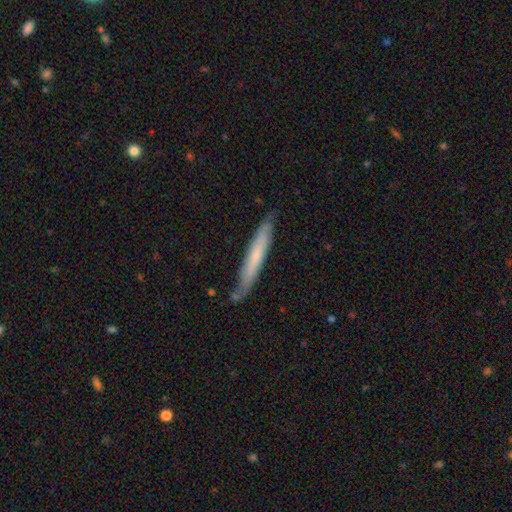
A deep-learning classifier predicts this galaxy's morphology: The model was most divided on "smooth or featured": smooth: 58%, featured or disk: 37%, star or artifact: 6%. More confident: how rounded — cigar-shaped (95%); merging — none (79%).